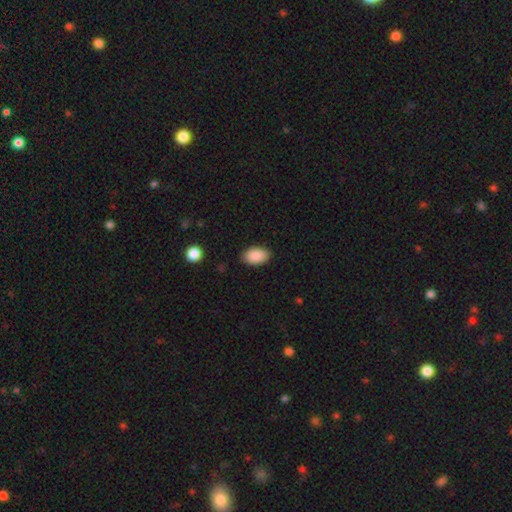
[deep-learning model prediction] Overall: smooth (90%). How rounded: in between (92%). Merging: none (86%).